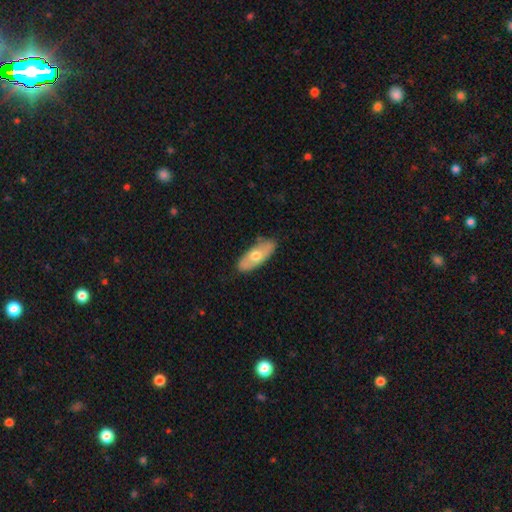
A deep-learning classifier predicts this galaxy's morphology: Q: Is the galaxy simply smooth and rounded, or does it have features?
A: smooth — 58%.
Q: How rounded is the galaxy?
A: in between — 78%.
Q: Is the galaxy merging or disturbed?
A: none — 83%.